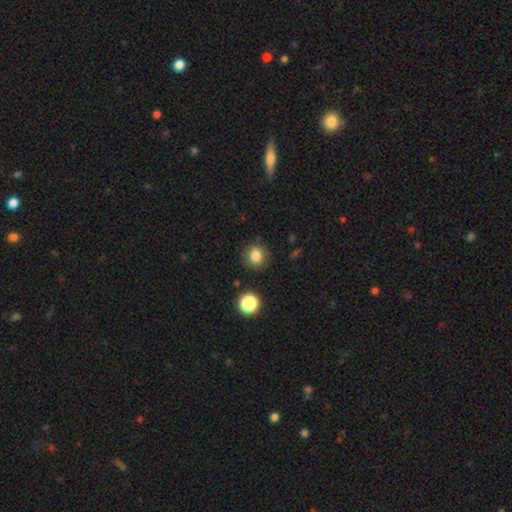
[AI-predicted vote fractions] This is clearly a smooth galaxy (83%). How rounded: clearly round (85%). Merging: clearly none (86%).